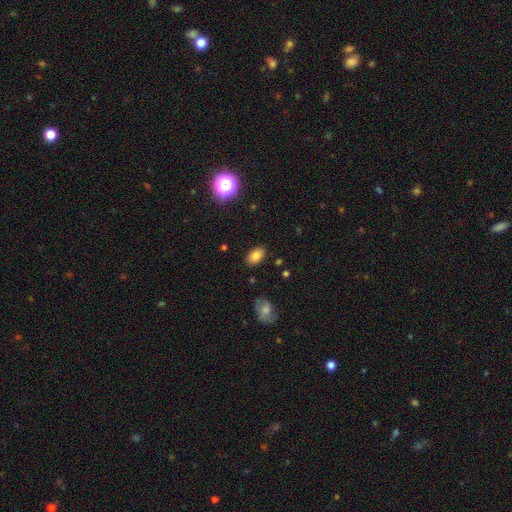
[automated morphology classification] smooth-or-featured: smooth: 82% | star or artifact: 11% | featured or disk: 7%
  how-rounded: in between: 89% | round: 10% | cigar-shaped: 1%
  merging: none: 86% | minor disturbance: 10% | major disturbance: 3% | merger: 2%